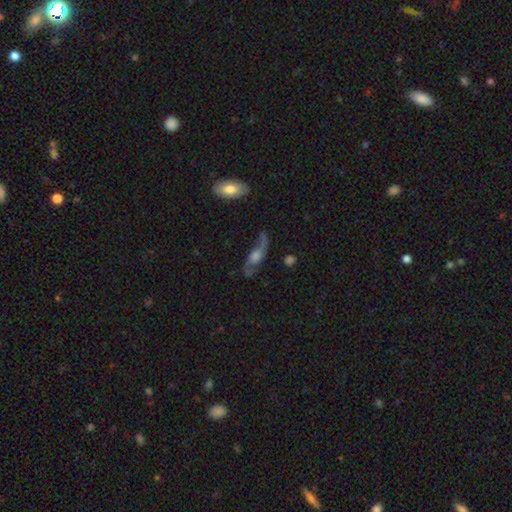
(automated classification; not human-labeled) This is likely a featured or disk galaxy (75%). It is likely not viewed edge-on (78%). Bar: likely no (60%). Spiral arm pattern: clearly yes (92%). Spiral arm count: clearly 2 (90%). Spiral winding: likely loose (69%). Central bulge: marginally moderate (42%). Merging: likely none (70%).